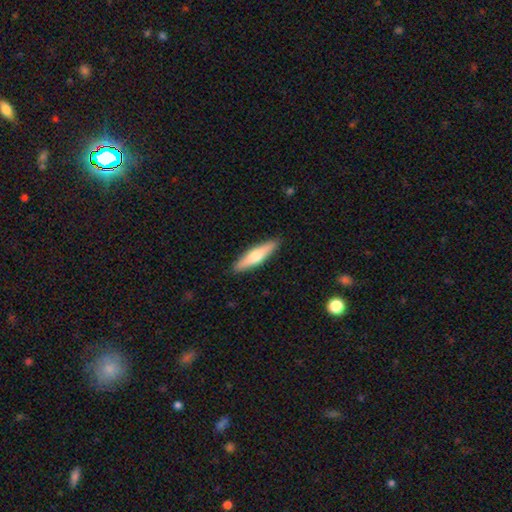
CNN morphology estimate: This is possibly a smooth galaxy (55%). How rounded: likely cigar-shaped (79%). Merging: clearly none (90%).